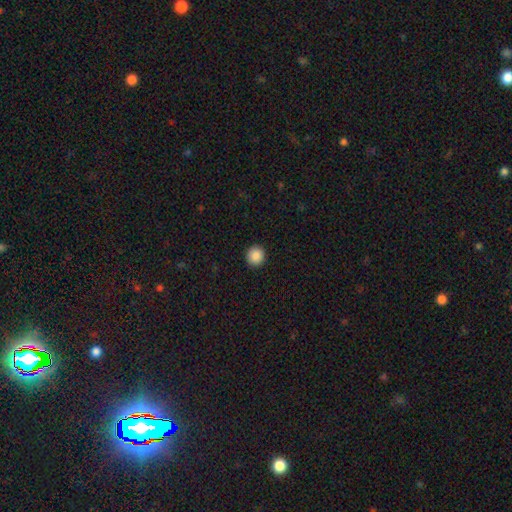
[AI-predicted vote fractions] Smooth or featured: smooth — 88% (star or artifact — 9%)
How rounded: round — 92% (in between — 7%)
Merging: none — 93% (minor disturbance — 5%)